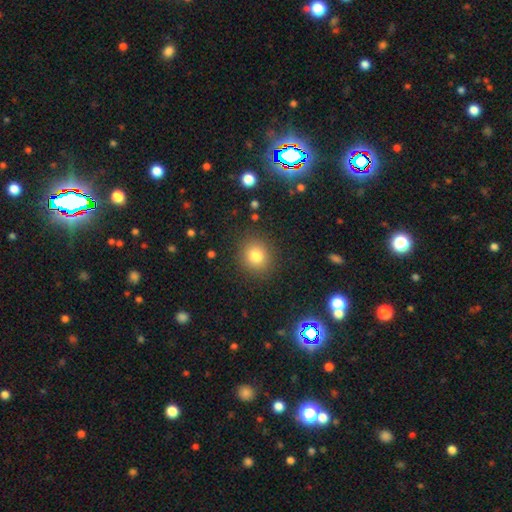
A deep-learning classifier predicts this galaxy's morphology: Smooth or featured?
  - smooth: 79% *
  - star or artifact: 13%
  - featured or disk: 8%
How rounded?
  - round: 83% *
  - in between: 16%
  - cigar-shaped: 1%
Merging?
  - none: 88% *
  - minor disturbance: 7%
  - major disturbance: 3%
  - merger: 1%